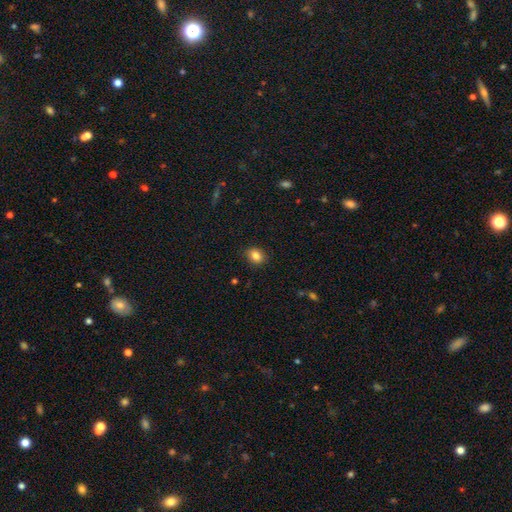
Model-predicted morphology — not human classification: type=smooth (84%); roundness=round (51%); merging=none (89%).